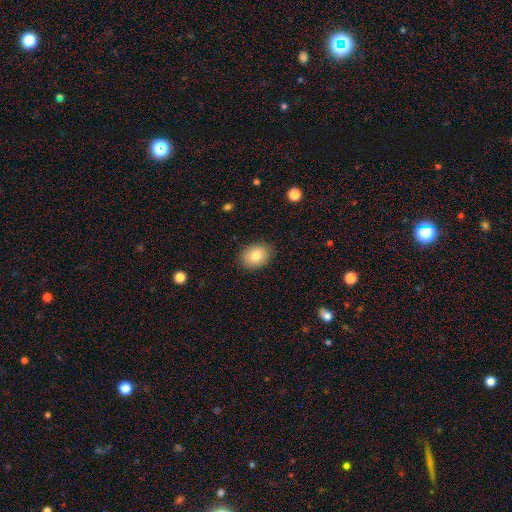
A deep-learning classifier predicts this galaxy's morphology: A smooth galaxy with no disk features (80%) that is in between round and cigar-shaped (64%). Merging: none (86%).